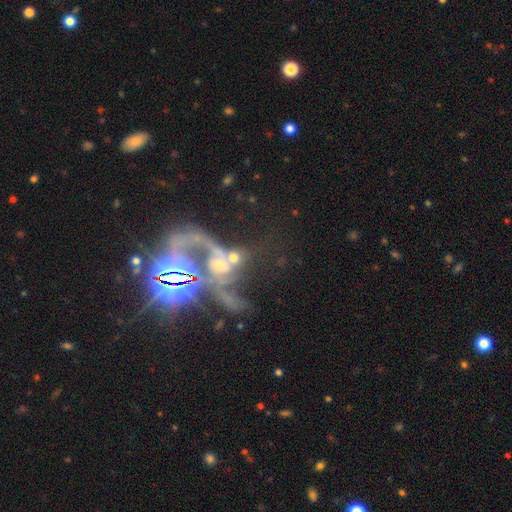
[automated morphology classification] Smooth or featured: featured or disk — 51% (star or artifact — 36%)
Edge-on disk: no — 91% (yes — 9%)
Merging: merger — 42% (major disturbance — 26%)